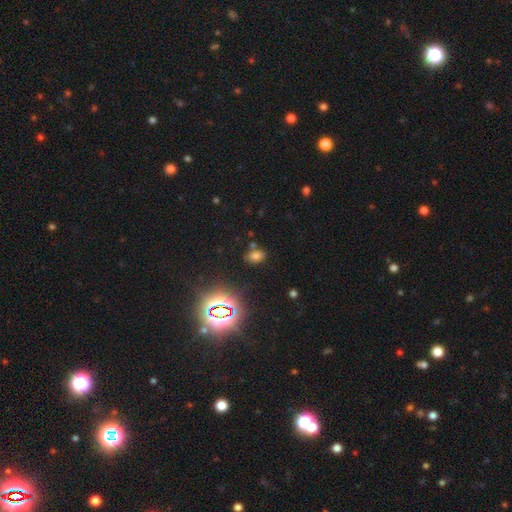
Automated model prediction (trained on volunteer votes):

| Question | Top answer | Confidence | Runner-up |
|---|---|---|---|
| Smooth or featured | smooth | 62% | star or artifact (29%) |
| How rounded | in between | 83% | round (15%) |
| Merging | none | 74% | minor disturbance (13%) |